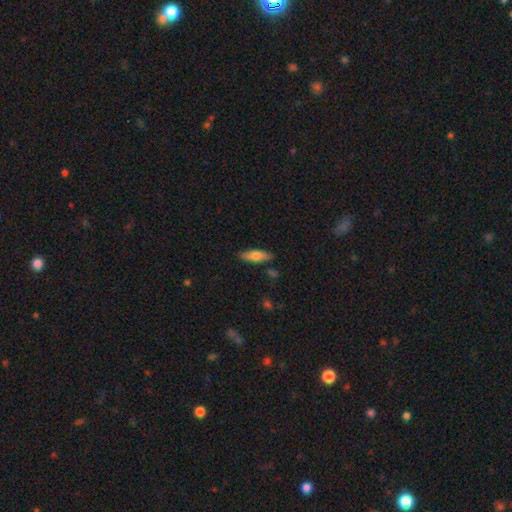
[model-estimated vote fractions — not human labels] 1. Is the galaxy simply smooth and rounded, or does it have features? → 70% smooth, 23% featured or disk, 6% star or artifact.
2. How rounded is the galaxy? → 54% in between, 44% cigar-shaped, 2% round.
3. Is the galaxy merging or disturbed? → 83% none, 12% minor disturbance, 3% merger, 2% major disturbance.